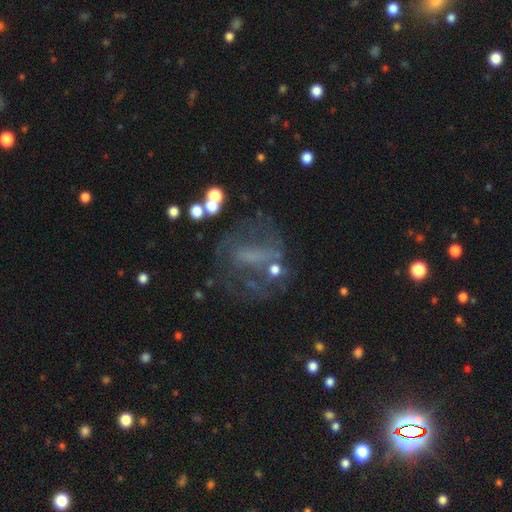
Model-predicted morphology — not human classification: smooth_or_featured: featured or disk (p=0.54) [alt: star or artifact p=0.24]
disk_edge_on: no (p=0.91) [alt: yes p=0.09]
merging: none (p=0.52) [alt: major disturbance p=0.24]